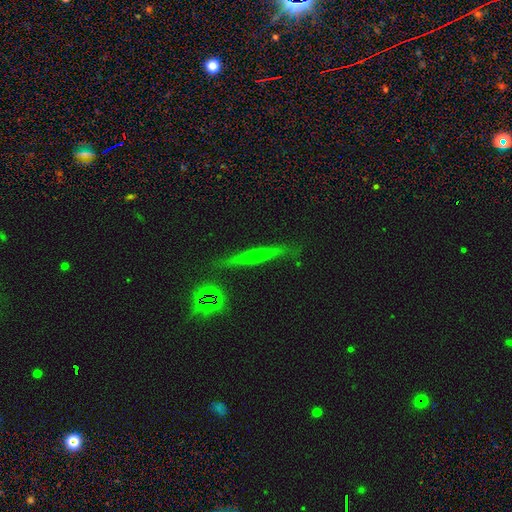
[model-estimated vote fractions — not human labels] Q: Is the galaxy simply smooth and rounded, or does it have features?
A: featured or disk — 60%.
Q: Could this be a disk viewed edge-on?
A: yes — 94%.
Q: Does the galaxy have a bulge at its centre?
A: rounded — 78%.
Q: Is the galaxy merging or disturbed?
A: none — 84%.